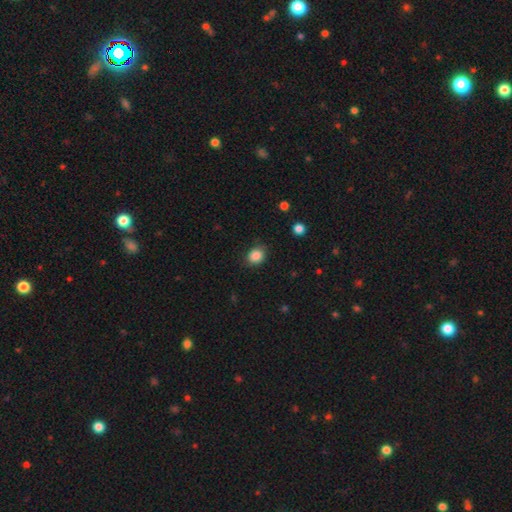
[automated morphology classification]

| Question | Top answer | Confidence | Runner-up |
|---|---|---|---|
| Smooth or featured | smooth | 86% | star or artifact (10%) |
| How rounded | round | 66% | in between (33%) |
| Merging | none | 79% | minor disturbance (16%) |